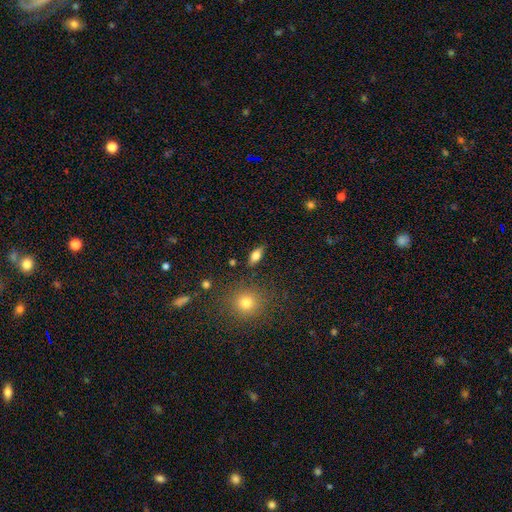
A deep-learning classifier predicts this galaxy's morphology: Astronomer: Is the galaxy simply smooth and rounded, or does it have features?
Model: smooth — 66%.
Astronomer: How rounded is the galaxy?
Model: in between — 75%.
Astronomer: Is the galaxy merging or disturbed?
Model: none — 85%.